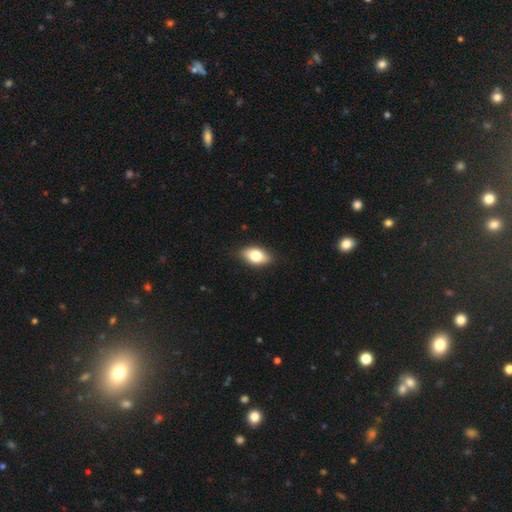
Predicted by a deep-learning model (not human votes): A smooth galaxy with no disk features (78%) that is in between round and cigar-shaped (89%).

Vote fractions:
- Smooth or featured? smooth: 78% / featured or disk: 15% / star or artifact: 7%
- How rounded? in between: 89% / round: 7% / cigar-shaped: 4%
- Merging? none: 87% / minor disturbance: 10% / major disturbance: 2% / merger: 1%